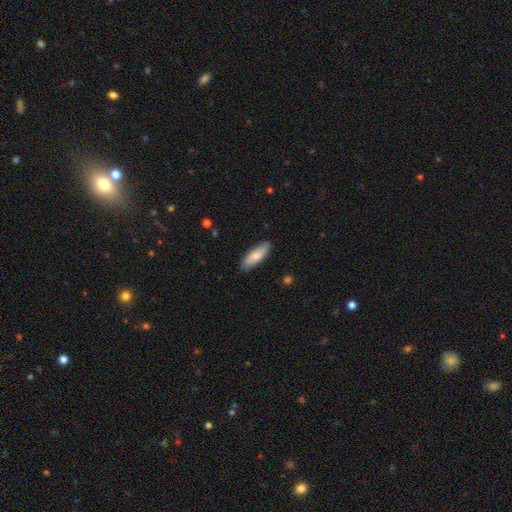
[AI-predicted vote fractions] Morphology: type=smooth (80%); roundness=in between (59%); merging=none (87%).